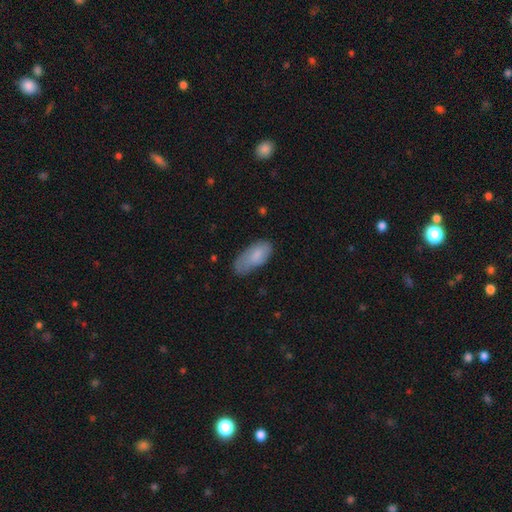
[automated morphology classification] A smooth galaxy with no disk features (75%) that is in between round and cigar-shaped (88%).

Vote fractions:
- Smooth or featured? smooth: 75% / featured or disk: 18% / star or artifact: 6%
- How rounded? in between: 88% / cigar-shaped: 10% / round: 2%
- Merging? none: 54% / minor disturbance: 34% / major disturbance: 10% / merger: 2%